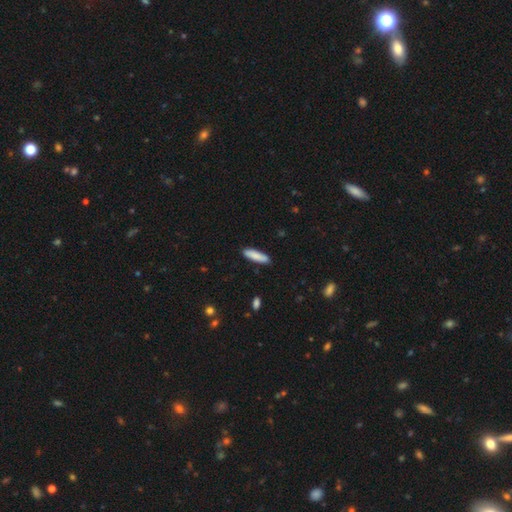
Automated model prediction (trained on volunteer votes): Smooth or featured? Predicted: smooth (p=0.86). How rounded? Predicted: cigar-shaped (p=0.71). Merging? Predicted: none (p=0.88).